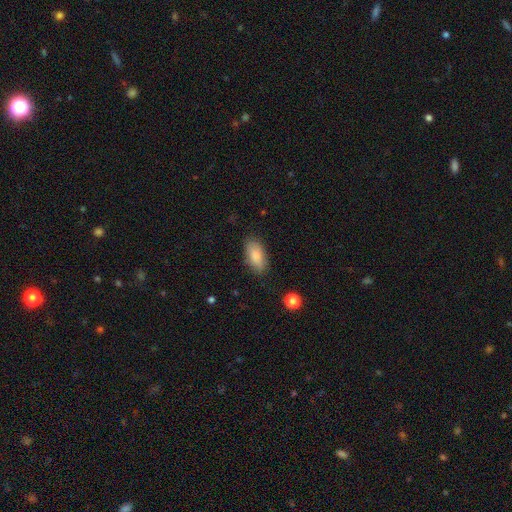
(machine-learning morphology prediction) smooth_or_featured: smooth (p=0.86) [alt: featured or disk p=0.07]
how_rounded: in between (p=0.89) [alt: cigar-shaped p=0.08]
merging: none (p=0.83) [alt: minor disturbance p=0.13]